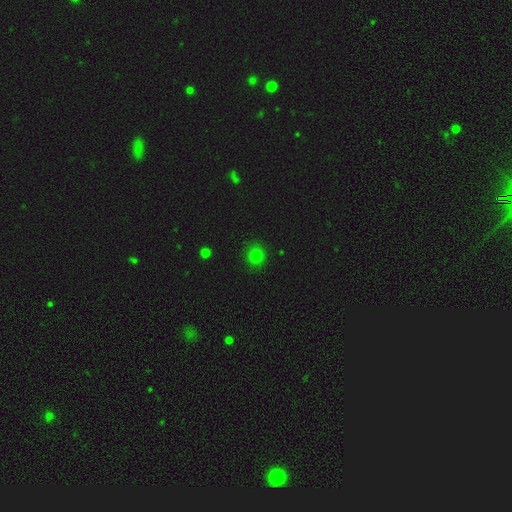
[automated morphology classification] smooth-or-featured: smooth: 78% | star or artifact: 17% | featured or disk: 5%
  how-rounded: round: 85% | in between: 14% | cigar-shaped: 1%
  merging: none: 88% | minor disturbance: 8% | major disturbance: 2% | merger: 1%